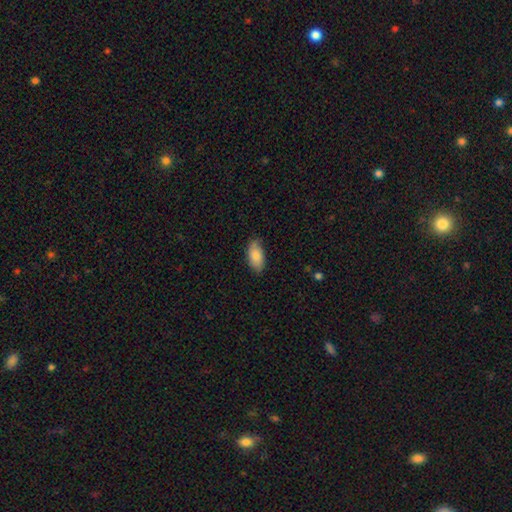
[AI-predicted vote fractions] smooth 85%, featured or disk 9%, star or artifact 6%. Down the decision tree: how rounded — in between (93%); merging — none (78%).